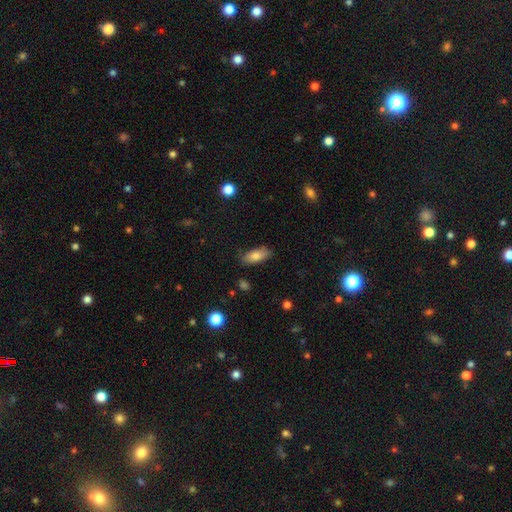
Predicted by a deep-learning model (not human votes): smooth 81%, featured or disk 12%, star or artifact 7%. Down the decision tree: how rounded — in between (82%); merging — none (80%).